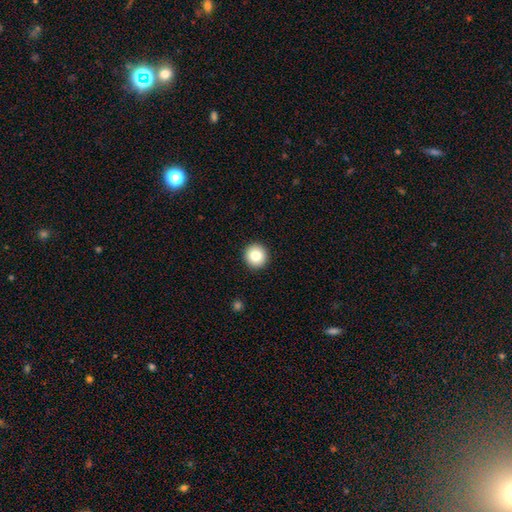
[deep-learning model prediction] Smooth or featured? smooth (81%)
How rounded? round (95%)
Merging? none (93%)